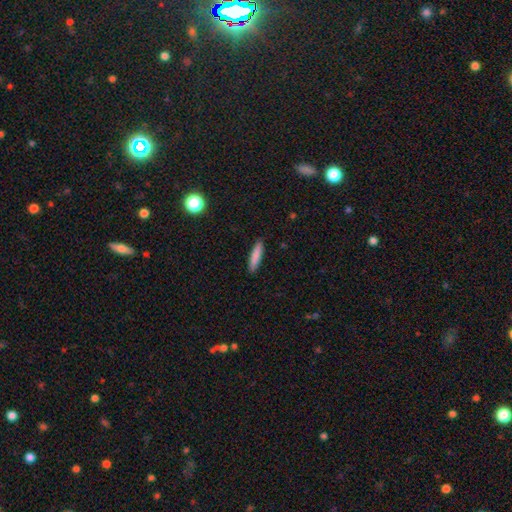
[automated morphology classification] smooth_or_featured: smooth (p=0.84) [alt: featured or disk p=0.10]
how_rounded: cigar-shaped (p=0.86) [alt: in between p=0.13]
merging: none (p=0.90) [alt: minor disturbance p=0.07]